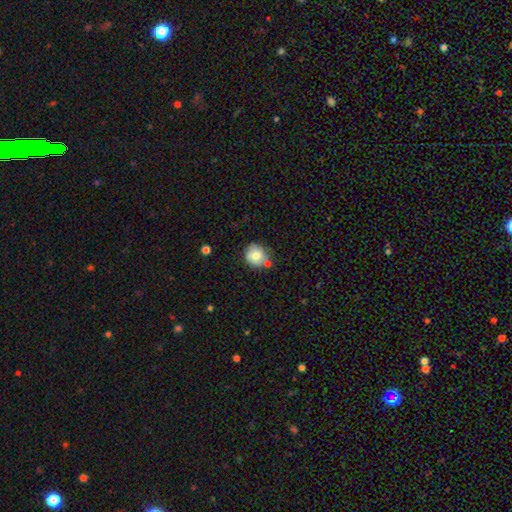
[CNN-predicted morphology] The model was most divided on "merging": none: 67%, minor disturbance: 18%, merger: 11%, major disturbance: 4%. More confident: how rounded — round (81%); smooth or featured — smooth (74%).